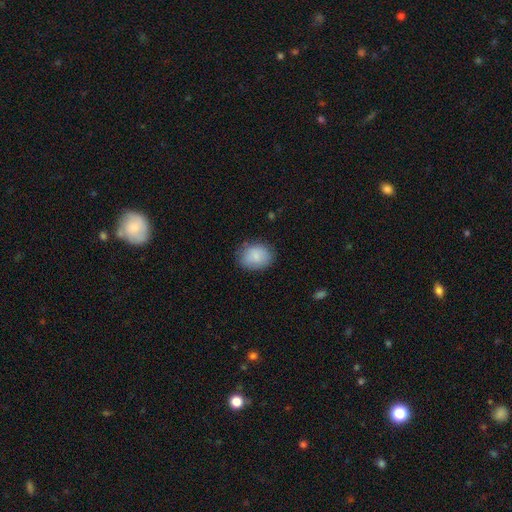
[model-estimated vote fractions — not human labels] This appears to be a smooth galaxy with no disk features (86%) that is in between round and cigar-shaped (59%). Merging: none (79%).